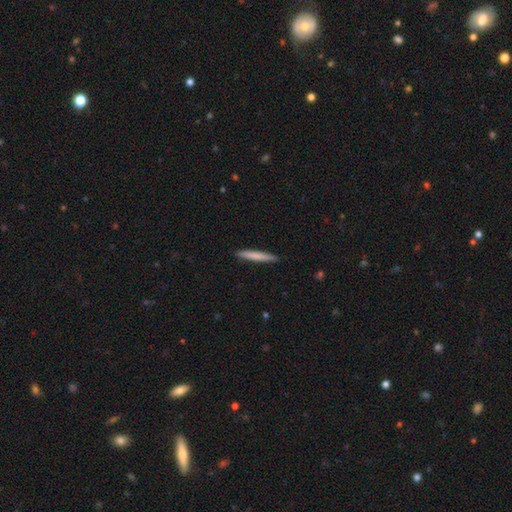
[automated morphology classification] type=smooth (76%); roundness=cigar-shaped (96%); merging=none (92%).